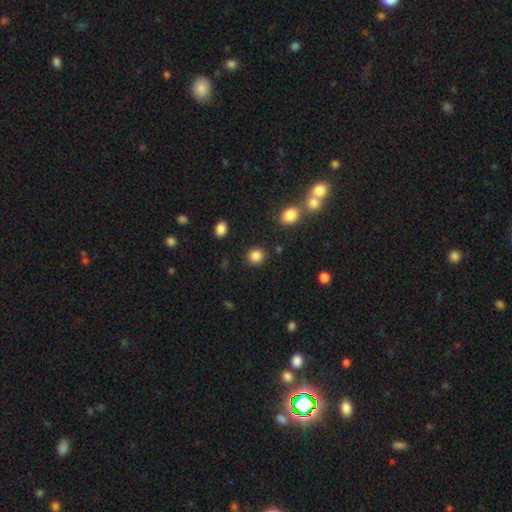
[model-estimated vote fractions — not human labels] Smooth or featured? Predicted: smooth (p=0.86). How rounded? Predicted: round (p=0.85). Merging? Predicted: none (p=0.89).